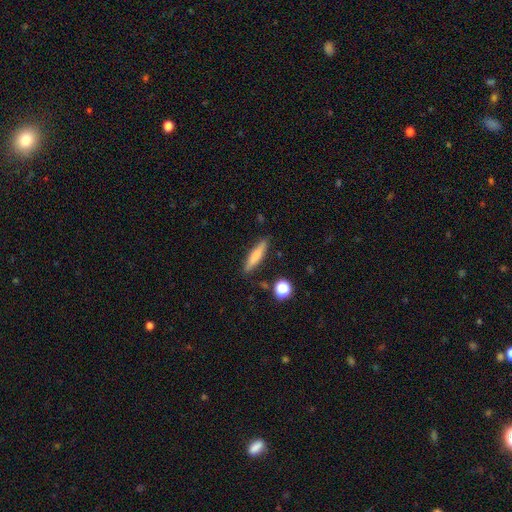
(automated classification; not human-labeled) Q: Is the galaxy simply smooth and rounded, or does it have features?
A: smooth — 75%.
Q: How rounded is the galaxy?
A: cigar-shaped — 81%.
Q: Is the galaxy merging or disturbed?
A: none — 86%.